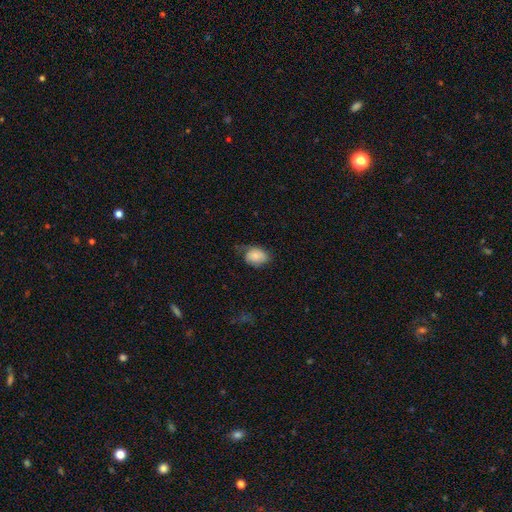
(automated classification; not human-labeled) Smooth or featured: smooth — 75% (featured or disk — 17%)
How rounded: in between — 78% (round — 21%)
Merging: none — 44% (minor disturbance — 35%)